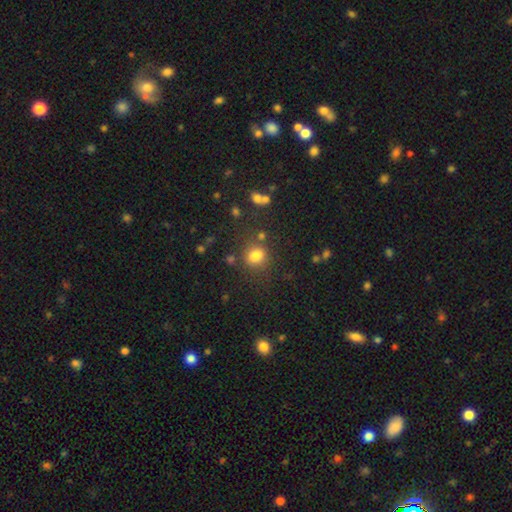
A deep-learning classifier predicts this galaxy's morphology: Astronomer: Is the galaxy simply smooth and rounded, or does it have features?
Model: smooth — 79%.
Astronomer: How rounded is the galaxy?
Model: round — 62% (runner-up: in between, 37%).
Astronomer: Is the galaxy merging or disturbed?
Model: none — 74%.